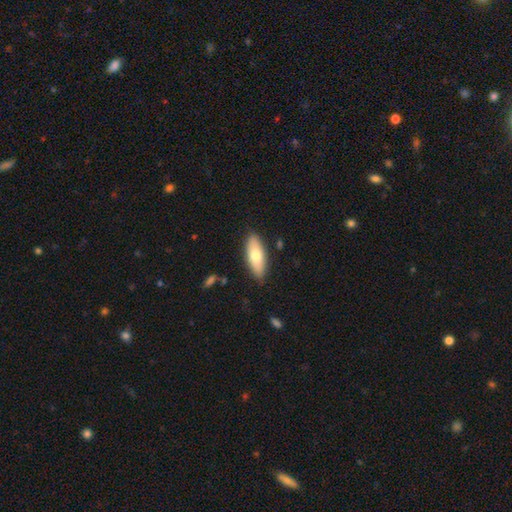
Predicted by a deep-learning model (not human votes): smooth 71%, featured or disk 24%, star or artifact 6%. Down the decision tree: how rounded — in between (71%); merging — none (86%).